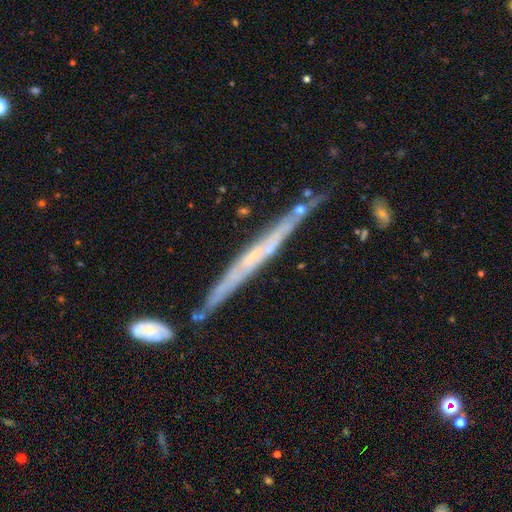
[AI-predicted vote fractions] smooth-or-featured: featured or disk: 68% | smooth: 25% | star or artifact: 7%
  disk-edge-on: yes: 95% | no: 5%
    edge-on-bulge: none: 75% | rounded: 18% | boxy: 7%
  merging: none: 78% | minor disturbance: 13% | merger: 6% | major disturbance: 3%